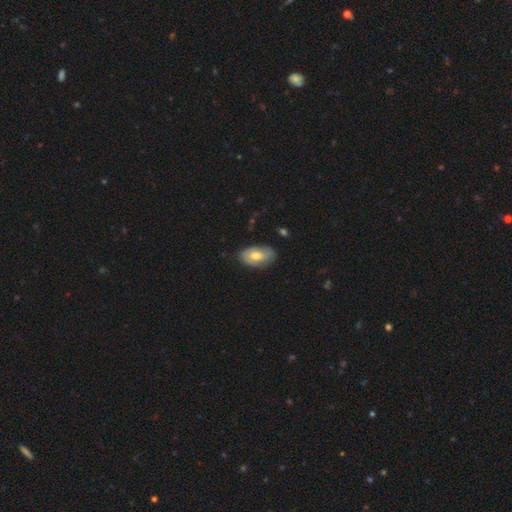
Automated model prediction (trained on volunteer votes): Smooth or featured? Predicted: smooth (p=0.62). How rounded? Predicted: in between (p=0.93). Merging? Predicted: none (p=0.74).